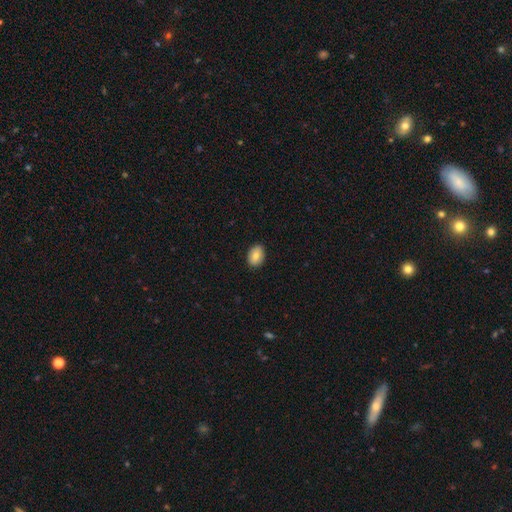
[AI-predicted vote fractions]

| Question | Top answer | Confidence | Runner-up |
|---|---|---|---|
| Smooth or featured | smooth | 82% | featured or disk (10%) |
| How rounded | in between | 80% | round (19%) |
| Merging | none | 88% | minor disturbance (9%) |